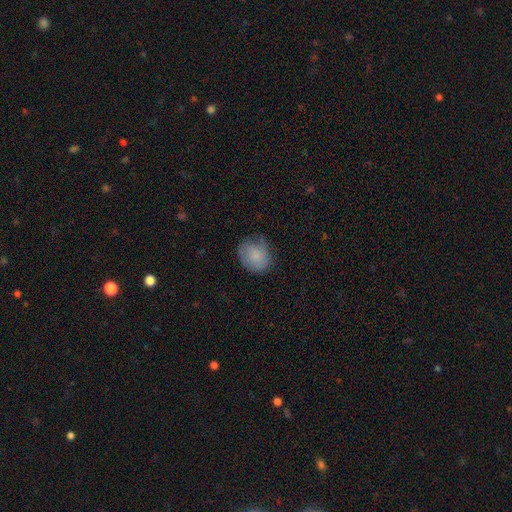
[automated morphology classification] A smooth galaxy with no disk features (81%) that is round (58%).

Vote fractions:
- Smooth or featured? smooth: 81% / featured or disk: 12% / star or artifact: 7%
- How rounded? round: 58% / in between: 41% / cigar-shaped: 1%
- Merging? none: 65% / minor disturbance: 26% / major disturbance: 7% / merger: 1%